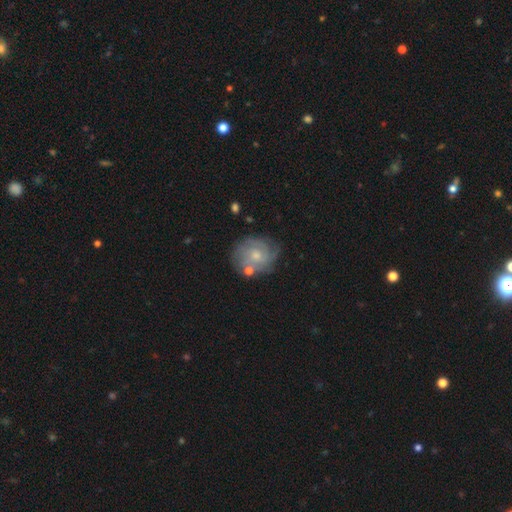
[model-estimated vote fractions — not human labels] Morphology: type=featured or disk (62%); edge-on=no (97%); bar=no (74%); spiral arms=yes (83%); winding=tight (60%); arm count=can't tell (45%); bulge=small (49%); merging=none (66%).